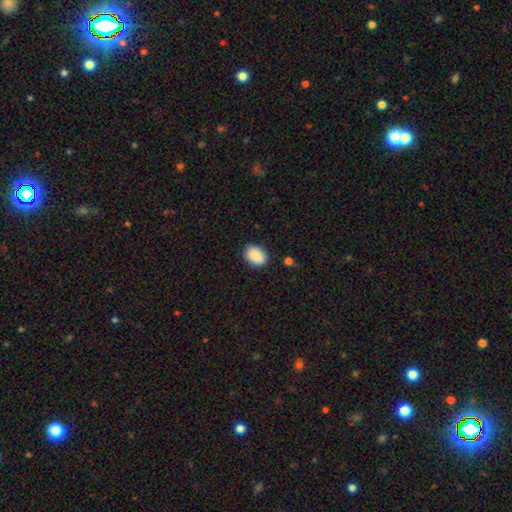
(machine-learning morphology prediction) type=smooth (89%); roundness=in between (78%); merging=none (87%).